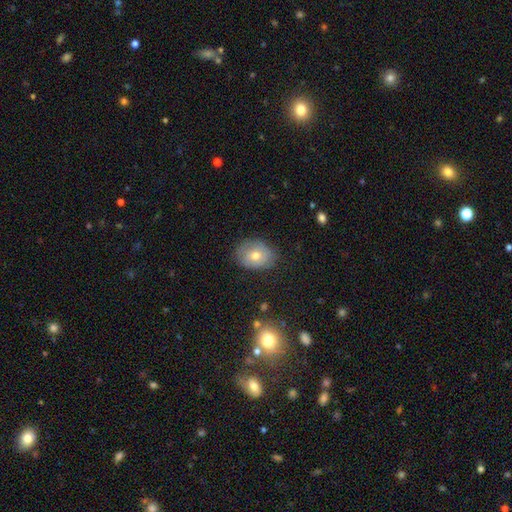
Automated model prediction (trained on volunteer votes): smooth-or-featured: smooth: 60% | featured or disk: 29% | star or artifact: 11%
  how-rounded: in between: 58% | round: 41% | cigar-shaped: 1%
  merging: none: 76% | minor disturbance: 18% | major disturbance: 5% | merger: 1%